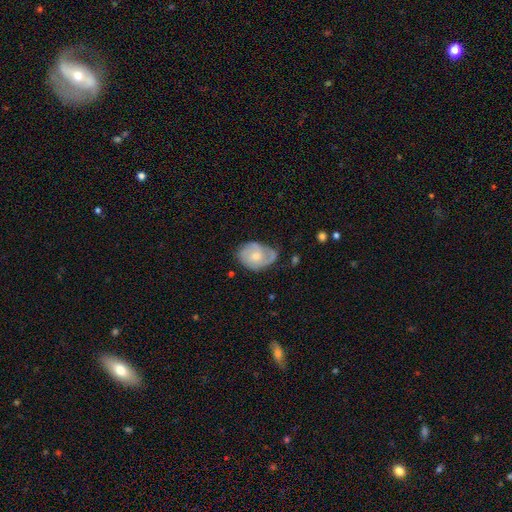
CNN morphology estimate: smooth_or_featured: featured or disk (p=0.57) [alt: smooth p=0.37]
disk_edge_on: no (p=0.97) [alt: yes p=0.03]
bar: no (p=0.71) [alt: weak p=0.26]
has_spiral_arms: yes (p=0.79) [alt: no p=0.21]
bulge_size: small (p=0.48) [alt: moderate p=0.46]
merging: none (p=0.49) [alt: minor disturbance p=0.35]